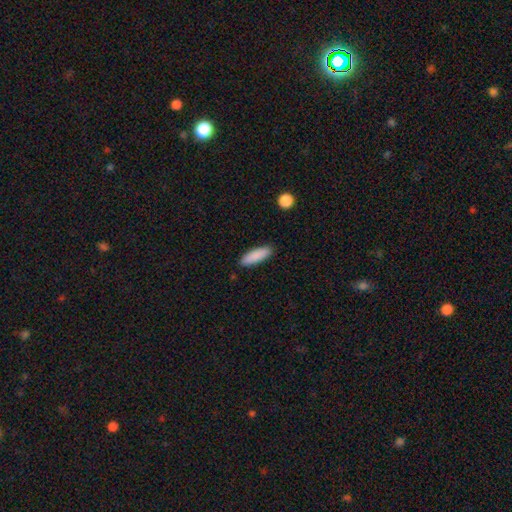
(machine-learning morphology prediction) type=smooth (89%); roundness=cigar-shaped (50%); merging=none (89%).